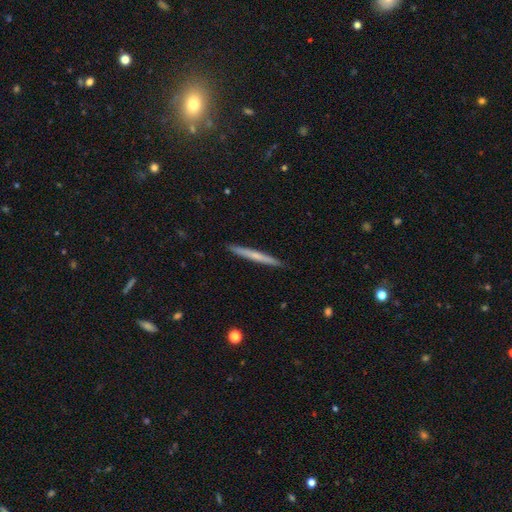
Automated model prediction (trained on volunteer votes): This appears to be a smooth galaxy with no disk features (54%) that is cigar-shaped (97%). Merging: none (92%).